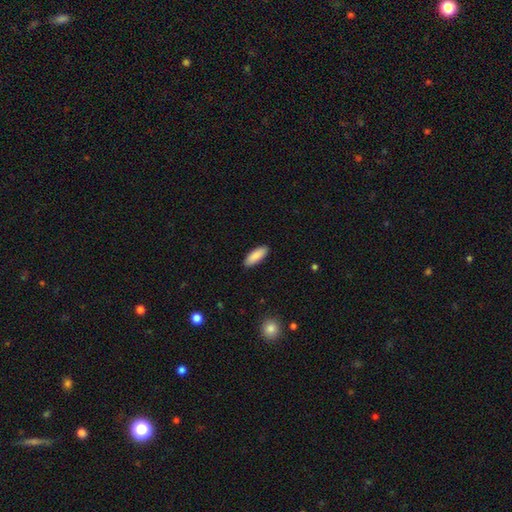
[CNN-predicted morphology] type=smooth (89%); roundness=in between (69%); merging=none (90%).